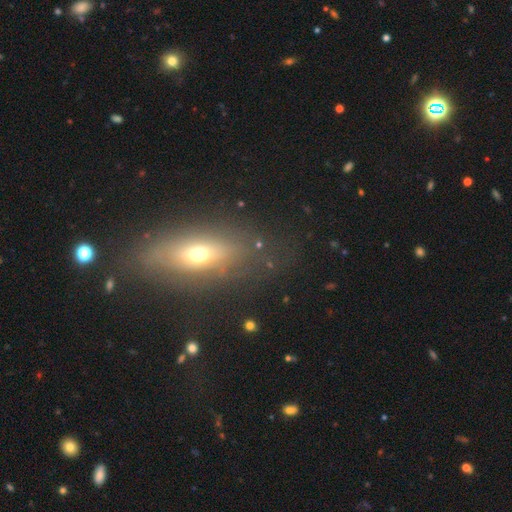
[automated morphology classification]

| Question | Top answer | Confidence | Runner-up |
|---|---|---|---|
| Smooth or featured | smooth | 43% | featured or disk (42%) |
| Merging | none | 79% | minor disturbance (13%) |